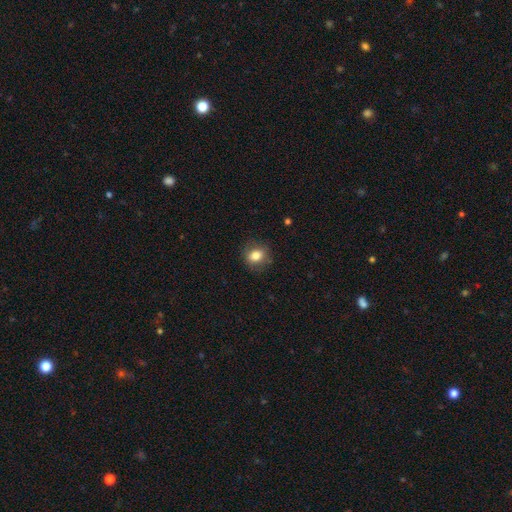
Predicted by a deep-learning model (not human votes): Smooth or featured?
  - smooth: 80% *
  - featured or disk: 10%
  - star or artifact: 9%
How rounded?
  - round: 62% *
  - in between: 37%
  - cigar-shaped: 1%
Merging?
  - none: 83% *
  - minor disturbance: 12%
  - major disturbance: 4%
  - merger: 1%